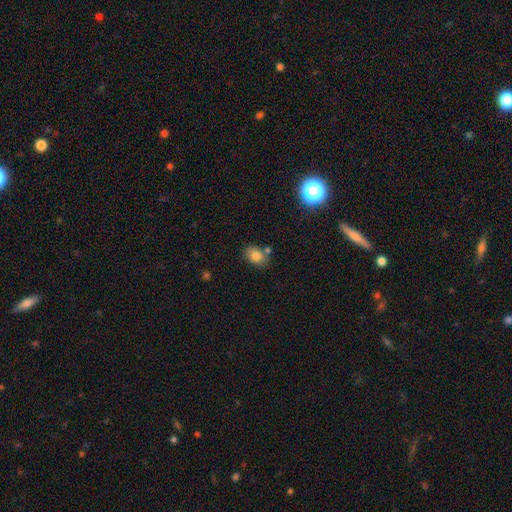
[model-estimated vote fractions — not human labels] This appears to be a smooth galaxy with no disk features (82%) that is in between round and cigar-shaped (73%). Merging: none (69%).